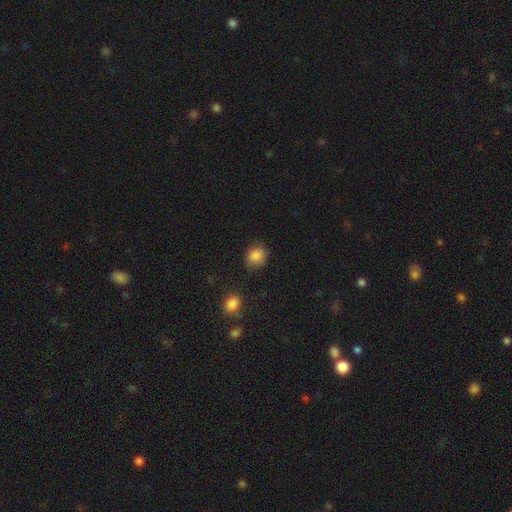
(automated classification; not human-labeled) The model was most divided on "how rounded": round: 75%, in between: 24%, cigar-shaped: 1%. More confident: smooth or featured — smooth (86%); merging — none (77%).